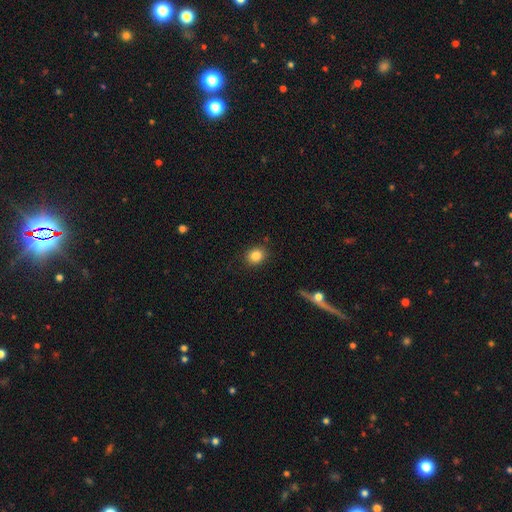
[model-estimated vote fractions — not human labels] Smooth or featured?
  - smooth: 84% *
  - star or artifact: 10%
  - featured or disk: 6%
How rounded?
  - round: 66% *
  - in between: 33%
  - cigar-shaped: 1%
Merging?
  - none: 87% *
  - minor disturbance: 8%
  - major disturbance: 3%
  - merger: 2%